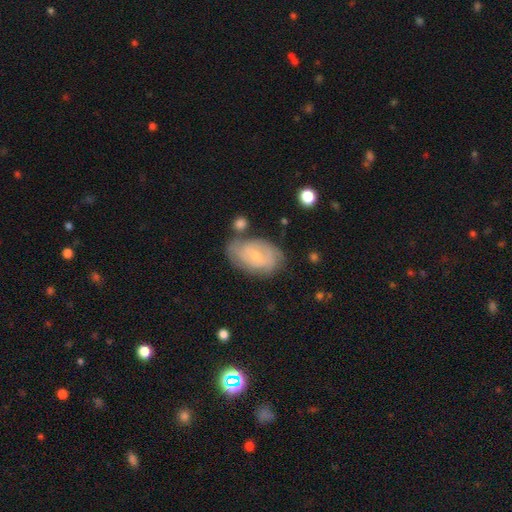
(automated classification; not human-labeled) This is likely a featured or disk galaxy (70%). It is clearly not viewed edge-on (95%). Bar: possibly no (50%). Spiral arm pattern: clearly yes (83%). Spiral arm count: marginally 2 (41%). Spiral winding: likely tight (64%). Central bulge: possibly small (58%). Merging: likely none (64%).